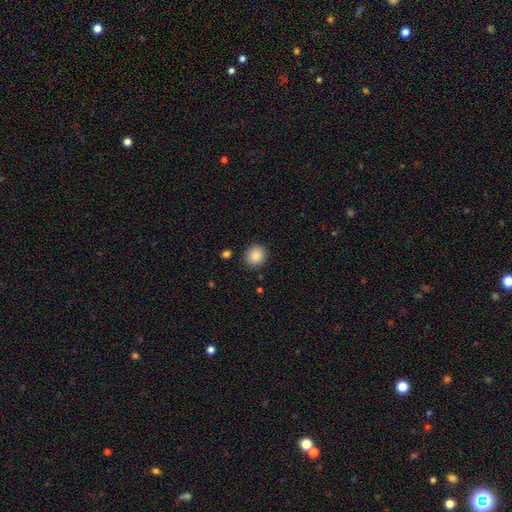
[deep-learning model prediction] The model was most divided on "how rounded": round: 82%, in between: 17%, cigar-shaped: 1%. More confident: merging — none (89%); smooth or featured — smooth (87%).